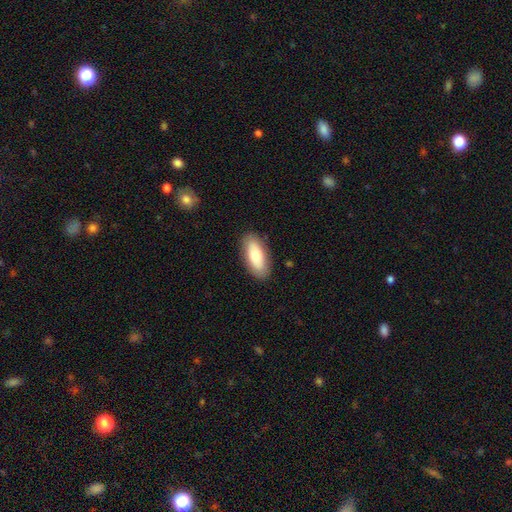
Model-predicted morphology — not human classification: smooth 75%, featured or disk 19%, star or artifact 6%. Down the decision tree: how rounded — in between (84%); merging — none (87%).